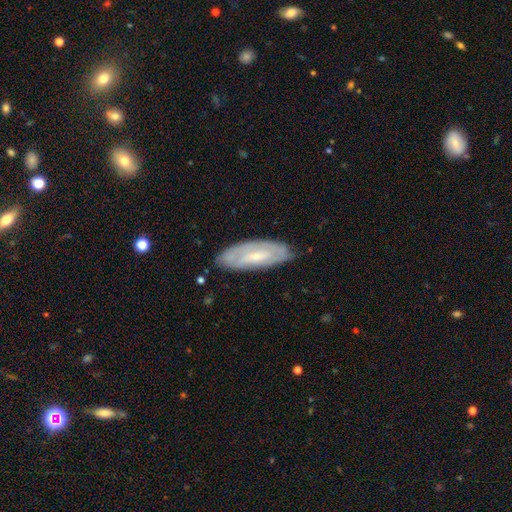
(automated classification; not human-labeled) smooth_or_featured: featured or disk (p=0.60) [alt: smooth p=0.34]
disk_edge_on: no (p=0.81) [alt: yes p=0.19]
merging: none (p=0.79) [alt: minor disturbance p=0.16]